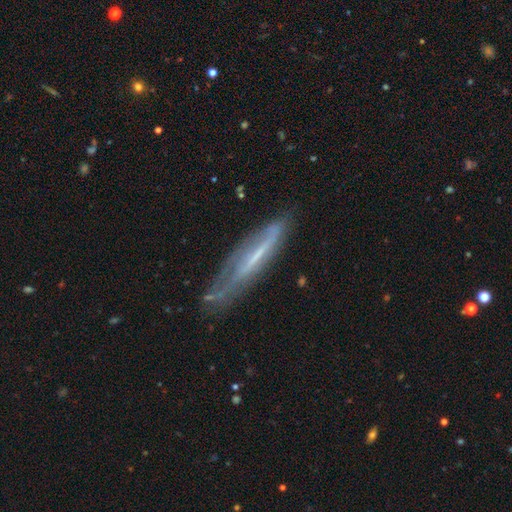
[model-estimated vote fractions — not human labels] smooth-or-featured: featured or disk: 65% | smooth: 28% | star or artifact: 8%
  disk-edge-on: yes: 65% | no: 35%
  merging: none: 63% | minor disturbance: 26% | major disturbance: 9% | merger: 3%